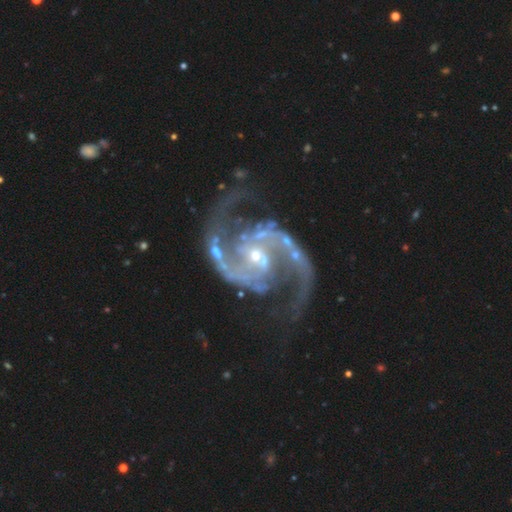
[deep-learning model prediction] Smooth or featured? featured or disk (93%)
Edge-on disk? no (98%)
Bar? no (44%)
Spiral arms? yes (99%)
Spiral winding? medium (62%)
Spiral arm count? 2 (93%)
Bulge size? small (73%)
Merging? none (69%)